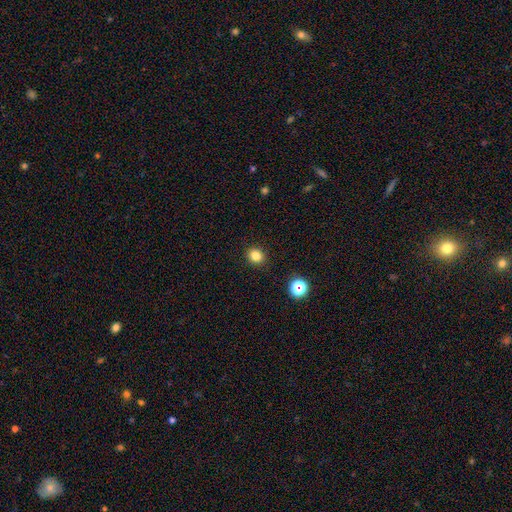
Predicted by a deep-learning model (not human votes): smooth-or-featured: smooth: 82% | star or artifact: 13% | featured or disk: 5%
  how-rounded: round: 79% | in between: 20% | cigar-shaped: 1%
  merging: none: 91% | minor disturbance: 6% | major disturbance: 2% | merger: 1%